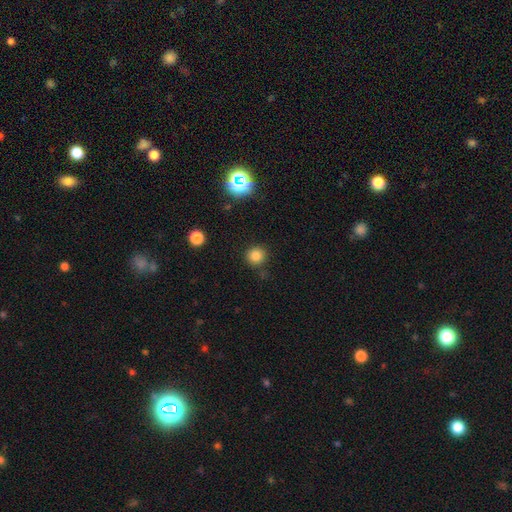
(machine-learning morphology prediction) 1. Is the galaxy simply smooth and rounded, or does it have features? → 82% smooth, 14% star or artifact, 5% featured or disk.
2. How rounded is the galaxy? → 93% round, 6% in between, 1% cigar-shaped.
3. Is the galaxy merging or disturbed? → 86% none, 8% minor disturbance, 3% merger, 3% major disturbance.